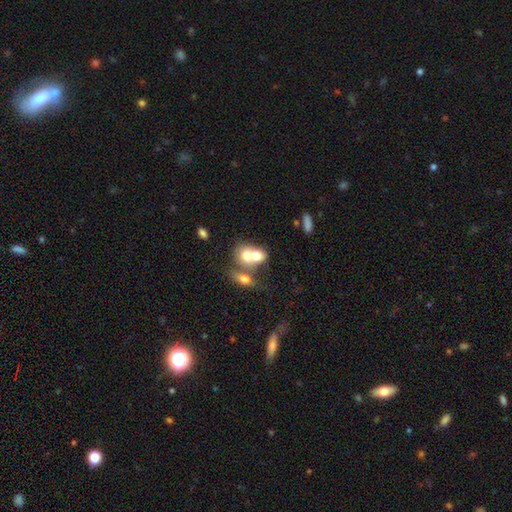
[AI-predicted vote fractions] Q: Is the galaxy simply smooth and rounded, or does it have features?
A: smooth — 66%.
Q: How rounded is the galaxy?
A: in between — 54%.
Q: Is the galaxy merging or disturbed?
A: merger — 72%.